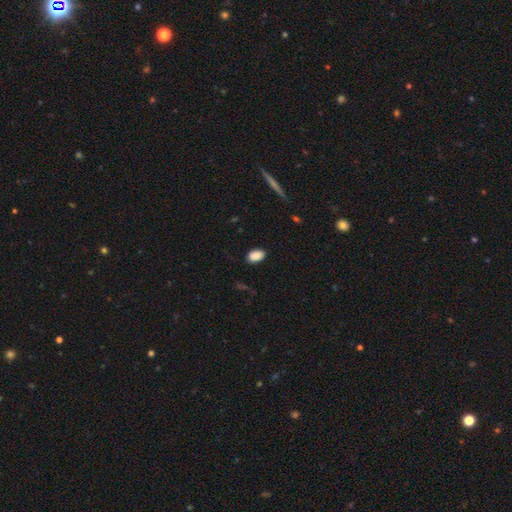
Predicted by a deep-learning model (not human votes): Smooth or featured? Predicted: smooth (p=0.88). How rounded? Predicted: in between (p=0.91). Merging? Predicted: none (p=0.84).